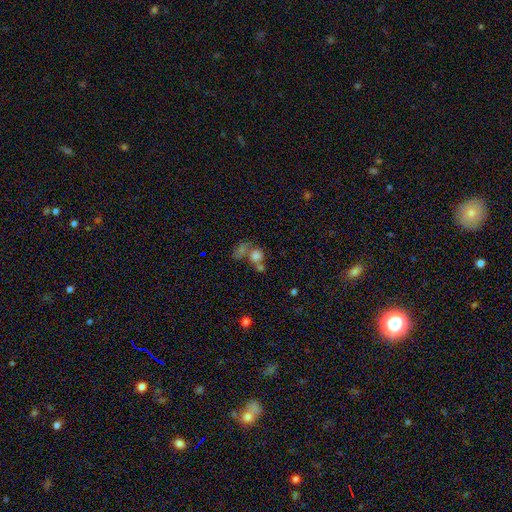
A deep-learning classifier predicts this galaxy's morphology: This is likely a smooth galaxy (71%). How rounded: likely round (72%). Merging: possibly merger (47%).